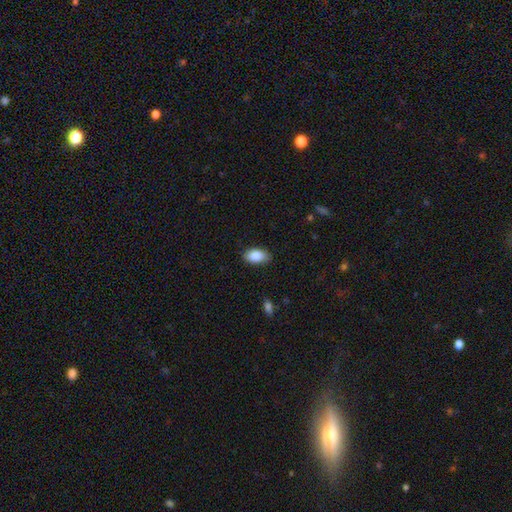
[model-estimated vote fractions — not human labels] A smooth galaxy with no disk features (89%) that is in between round and cigar-shaped (93%).

Vote fractions:
- Smooth or featured? smooth: 89% / star or artifact: 7% / featured or disk: 5%
- How rounded? in between: 93% / round: 5% / cigar-shaped: 2%
- Merging? none: 83% / minor disturbance: 13% / major disturbance: 3% / merger: 1%